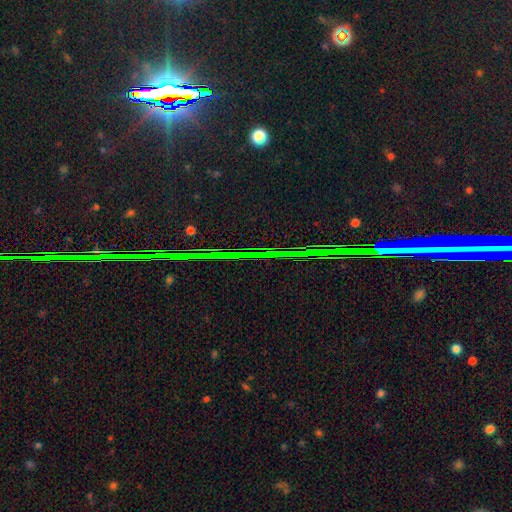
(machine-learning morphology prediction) Smooth or featured? Predicted: star or artifact (p=0.86).